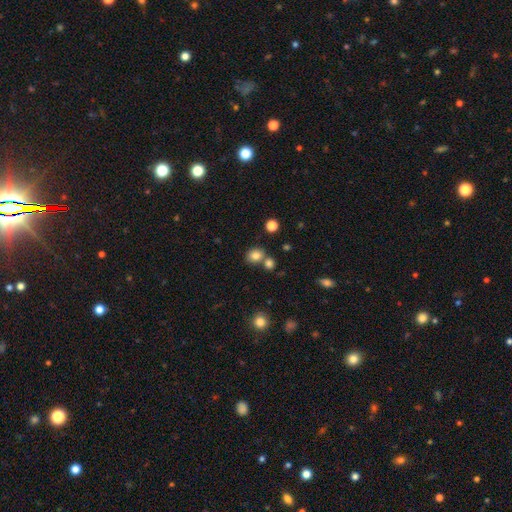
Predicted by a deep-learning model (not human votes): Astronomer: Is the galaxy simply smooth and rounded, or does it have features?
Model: smooth — 81%.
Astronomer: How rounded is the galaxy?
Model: round — 67%.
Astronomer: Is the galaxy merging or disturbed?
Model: none — 65%.